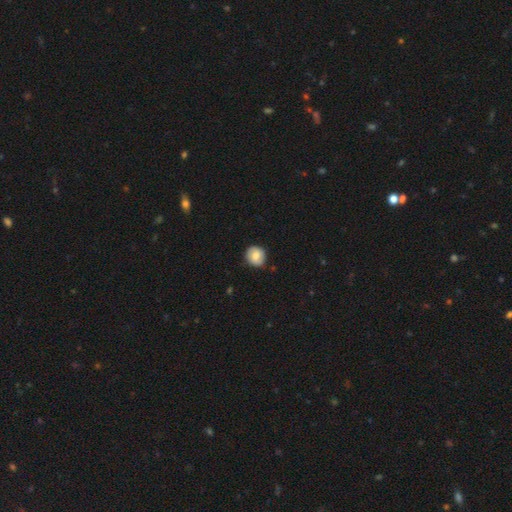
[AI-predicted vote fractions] A smooth galaxy with no disk features (75%) that is round (81%).

Vote fractions:
- Smooth or featured? smooth: 75% / featured or disk: 17% / star or artifact: 7%
- How rounded? round: 81% / in between: 18% / cigar-shaped: 1%
- Merging? none: 82% / minor disturbance: 14% / major disturbance: 3% / merger: 1%